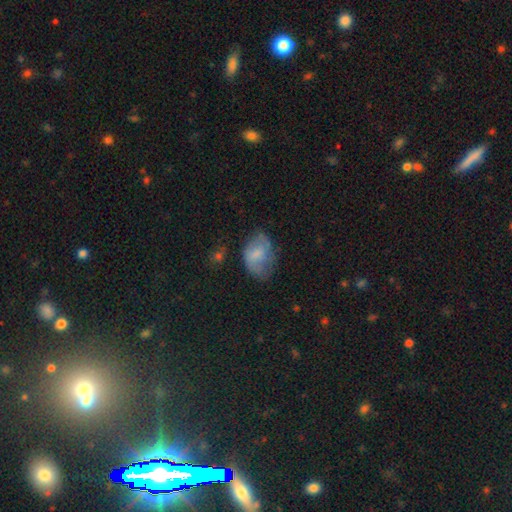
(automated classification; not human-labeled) The model was most divided on "merging": none: 47%, minor disturbance: 33%, major disturbance: 18%, merger: 3%. More confident: how rounded — in between (83%); smooth or featured — smooth (63%).